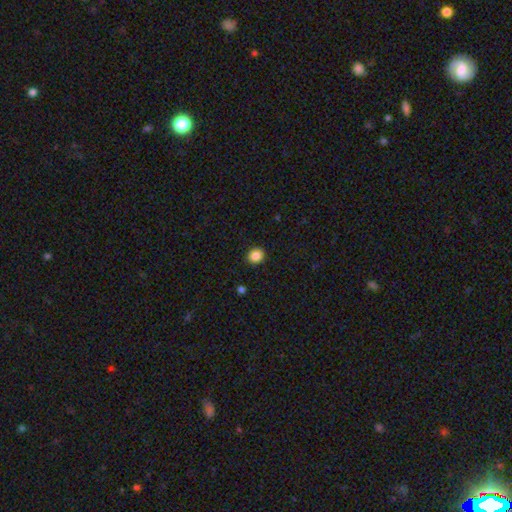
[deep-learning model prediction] smooth_or_featured: smooth (p=0.86) [alt: star or artifact p=0.10]
how_rounded: round (p=0.80) [alt: in between p=0.19]
merging: none (p=0.91) [alt: minor disturbance p=0.06]